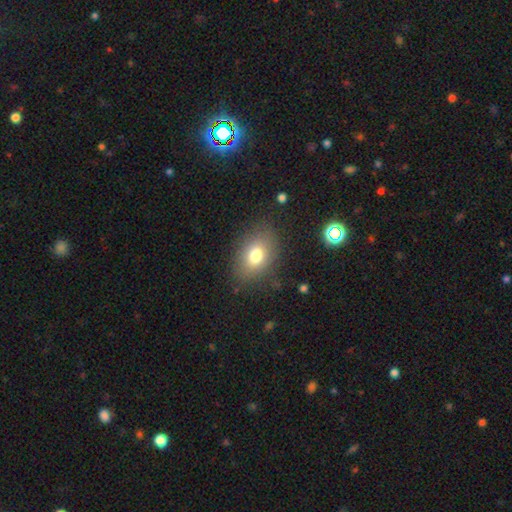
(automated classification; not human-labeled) This appears to be a smooth galaxy with no disk features (75%) that is in between round and cigar-shaped (79%). Merging: none (81%).